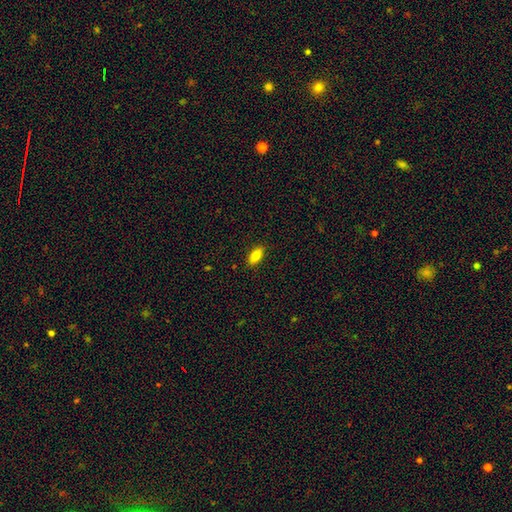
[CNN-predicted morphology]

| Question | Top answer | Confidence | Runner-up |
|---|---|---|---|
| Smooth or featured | smooth | 81% | featured or disk (12%) |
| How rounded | in between | 85% | cigar-shaped (12%) |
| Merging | none | 88% | minor disturbance (9%) |